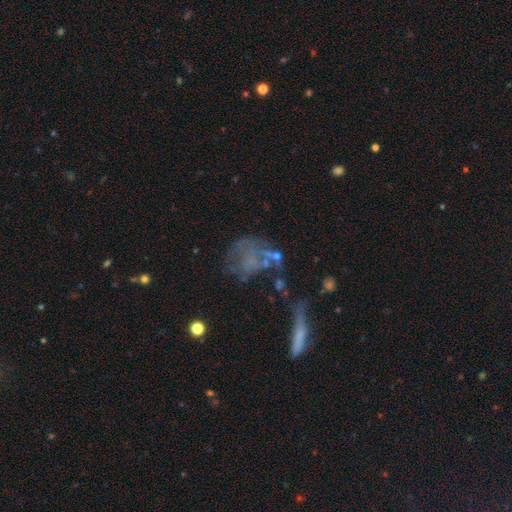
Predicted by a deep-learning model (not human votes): Smooth or featured: featured or disk — 47% (smooth — 31%)
Merging: major disturbance — 33% (none — 32%)